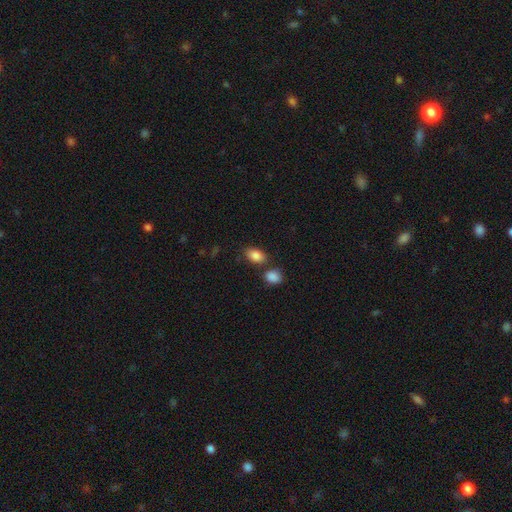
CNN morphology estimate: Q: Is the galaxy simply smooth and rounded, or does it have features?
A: smooth — 87%.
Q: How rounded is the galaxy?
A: in between — 87%.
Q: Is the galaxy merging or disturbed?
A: none — 65%.